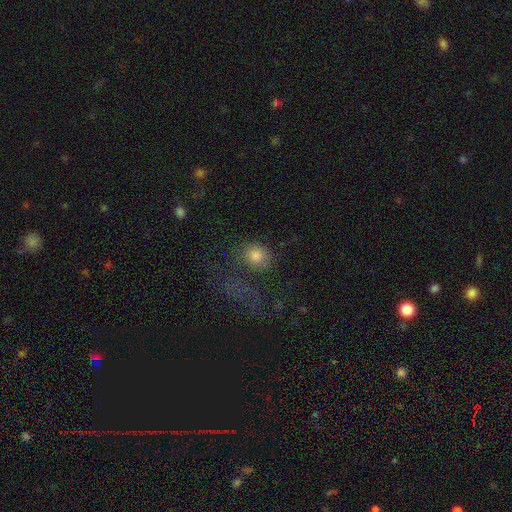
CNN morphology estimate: type=smooth (77%); roundness=round (75%); merging=none (52%).